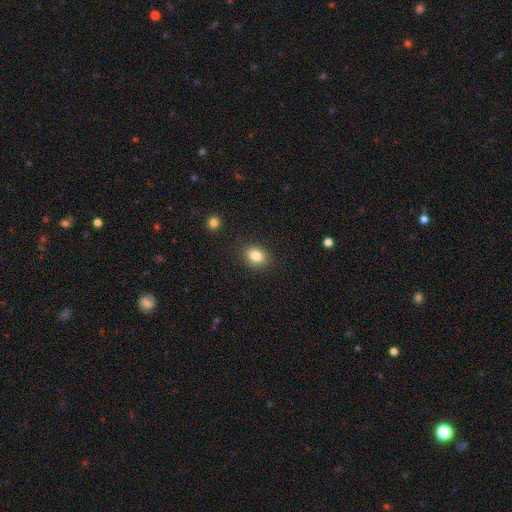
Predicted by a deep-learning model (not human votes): Morphology: type=smooth (84%); roundness=in between (60%); merging=none (86%).